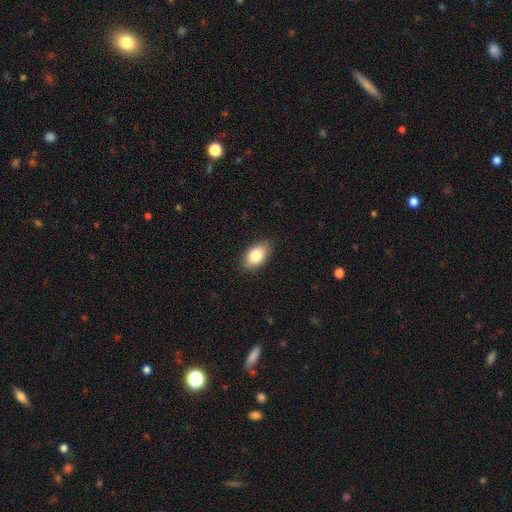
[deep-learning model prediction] This appears to be a smooth galaxy with no disk features (83%) that is in between round and cigar-shaped (91%). Merging: none (86%).